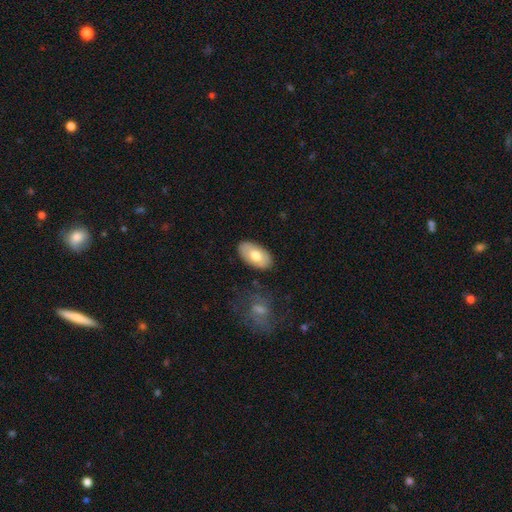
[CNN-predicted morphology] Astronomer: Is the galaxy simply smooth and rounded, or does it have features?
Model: smooth — 69%.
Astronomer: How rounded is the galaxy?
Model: in between — 95%.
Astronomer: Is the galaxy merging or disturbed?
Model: none — 83%.